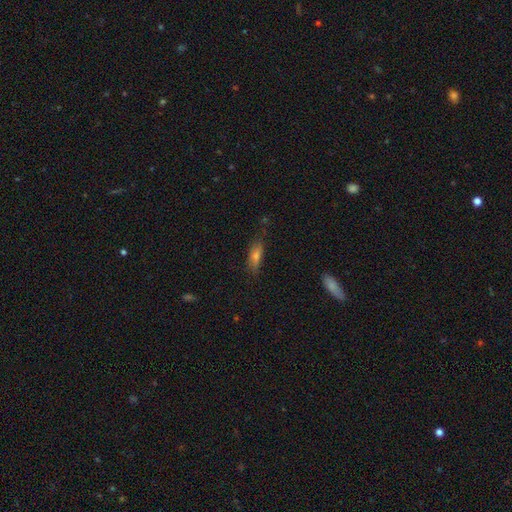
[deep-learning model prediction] Smooth or featured: smooth — 66% (featured or disk — 22%)
How rounded: in between — 49% (cigar-shaped — 47%)
Merging: none — 76% (minor disturbance — 17%)